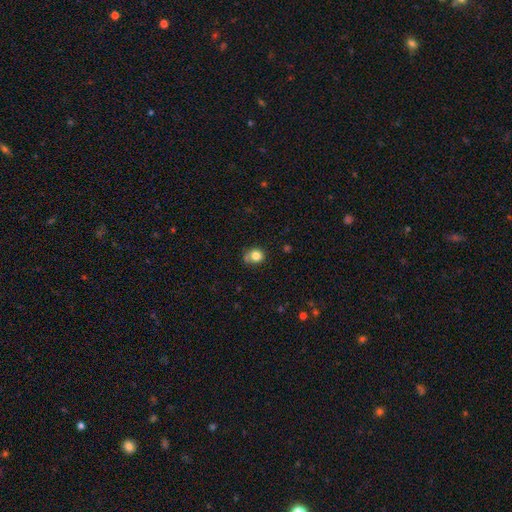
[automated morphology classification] Smooth or featured?
  - smooth: 82% *
  - star or artifact: 11%
  - featured or disk: 7%
How rounded?
  - round: 78% *
  - in between: 22%
  - cigar-shaped: 1%
Merging?
  - none: 63% *
  - minor disturbance: 21%
  - merger: 10%
  - major disturbance: 5%